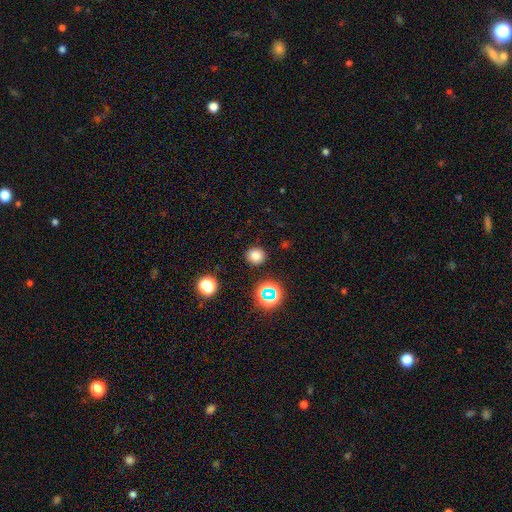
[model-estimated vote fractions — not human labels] Morphology: type=smooth (76%); roundness=round (86%); merging=none (89%).